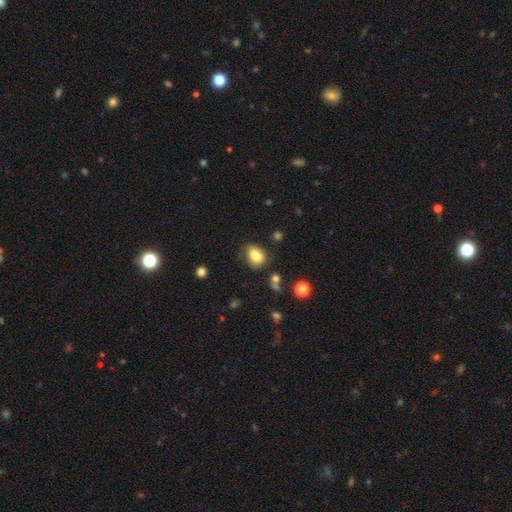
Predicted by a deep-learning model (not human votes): Morphology: type=smooth (81%); roundness=in between (71%); merging=none (59%).